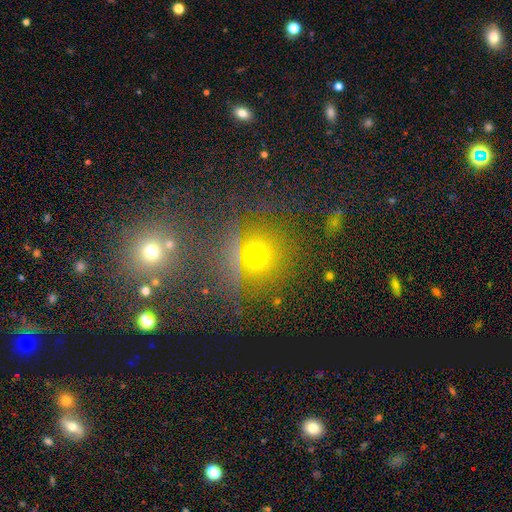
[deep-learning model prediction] Q: Smooth or featured?
A: smooth (57%); runner-up: star or artifact (32%)
Q: How rounded?
A: round (89%); runner-up: in between (9%)
Q: Merging?
A: none (79%); runner-up: minor disturbance (9%)